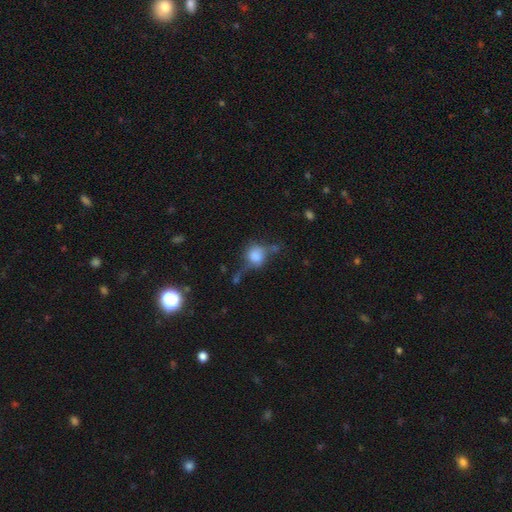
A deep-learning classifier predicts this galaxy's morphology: smooth_or_featured: smooth (p=0.67) [alt: featured or disk p=0.22]
how_rounded: round (p=0.64) [alt: in between p=0.33]
merging: none (p=0.37) [alt: minor disturbance p=0.26]